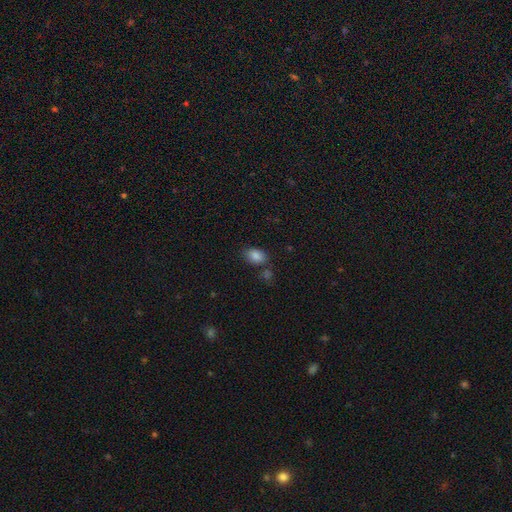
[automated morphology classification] Q: Smooth or featured?
A: smooth (85%); runner-up: star or artifact (9%)
Q: How rounded?
A: in between (85%); runner-up: round (14%)
Q: Merging?
A: none (73%); runner-up: minor disturbance (14%)